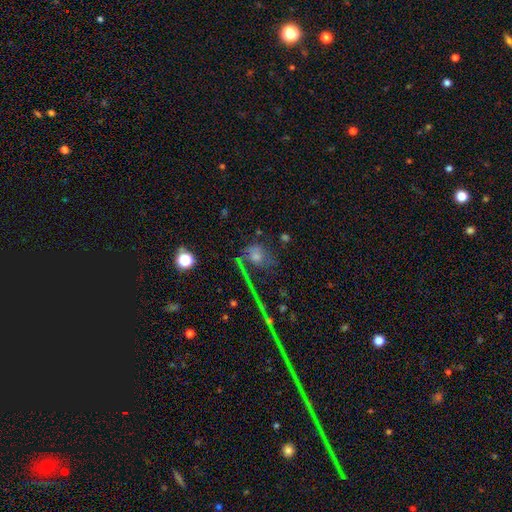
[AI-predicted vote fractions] smooth_or_featured: featured or disk (p=0.49) [alt: smooth p=0.26]
merging: none (p=0.40) [alt: major disturbance p=0.33]